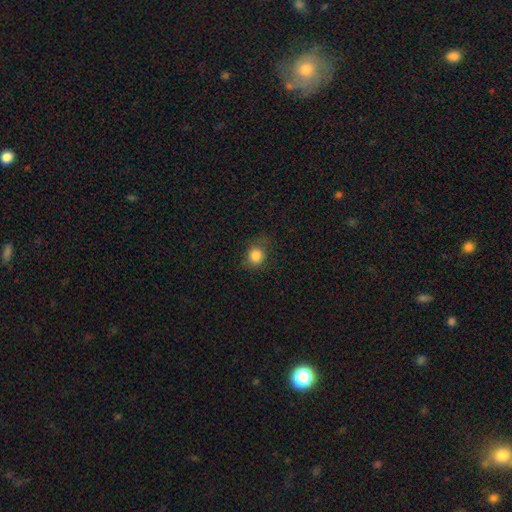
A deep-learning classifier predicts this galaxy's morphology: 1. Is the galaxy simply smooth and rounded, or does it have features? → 84% smooth, 11% star or artifact, 6% featured or disk.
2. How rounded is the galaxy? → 75% round, 24% in between, 1% cigar-shaped.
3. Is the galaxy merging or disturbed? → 73% none, 19% minor disturbance, 7% major disturbance, 1% merger.